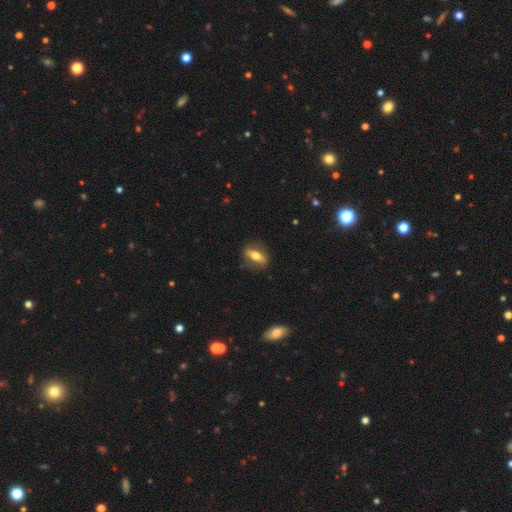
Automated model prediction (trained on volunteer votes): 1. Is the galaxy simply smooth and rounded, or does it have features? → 48% smooth, 45% featured or disk, 7% star or artifact.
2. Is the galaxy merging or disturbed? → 82% none, 13% minor disturbance, 4% major disturbance, 1% merger.